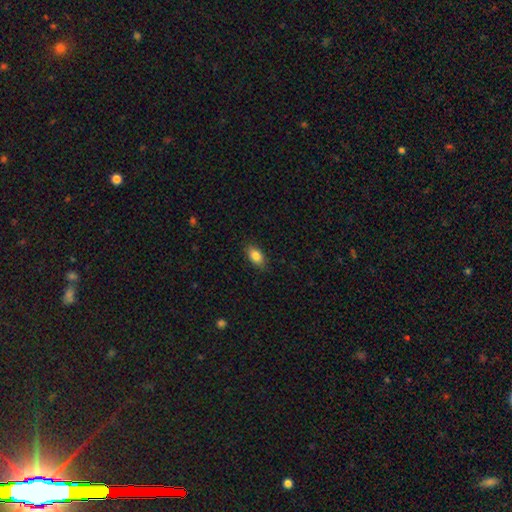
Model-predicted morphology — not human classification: This is clearly a smooth galaxy (86%). How rounded: clearly in between (89%). Merging: clearly none (86%).